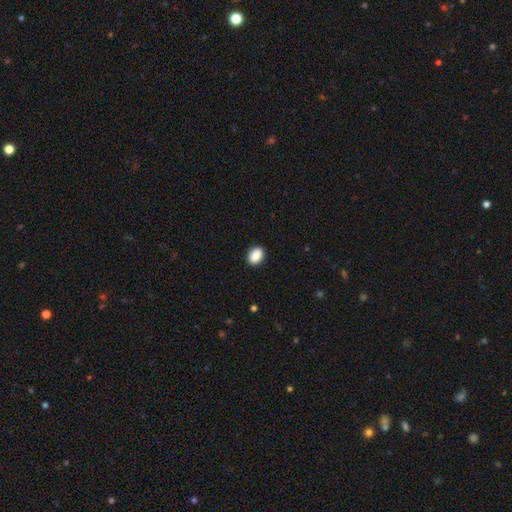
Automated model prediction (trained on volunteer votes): smooth-or-featured: smooth: 89% | star or artifact: 7% | featured or disk: 3%
  how-rounded: in between: 79% | round: 20% | cigar-shaped: 1%
  merging: none: 90% | minor disturbance: 8% | major disturbance: 2% | merger: 1%